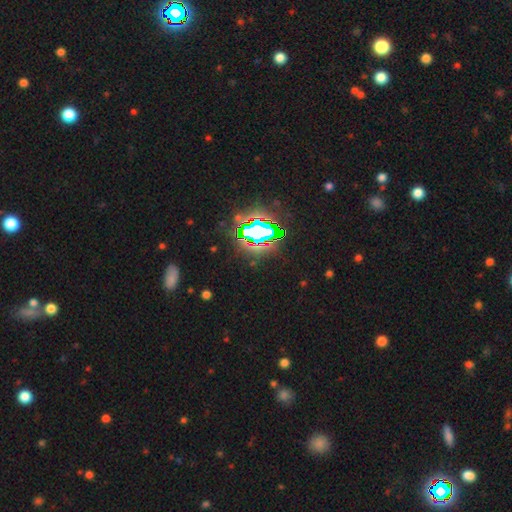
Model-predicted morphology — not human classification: Overall: star or artifact (83%).